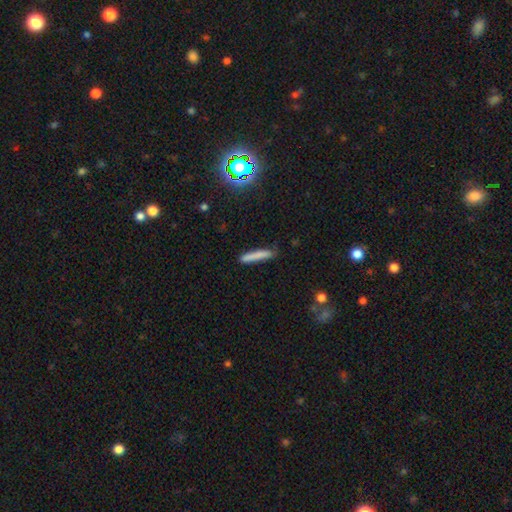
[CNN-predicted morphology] The model was most divided on "merging": none: 79%, minor disturbance: 16%, major disturbance: 3%, merger: 2%. More confident: how rounded — cigar-shaped (93%); smooth or featured — smooth (80%).